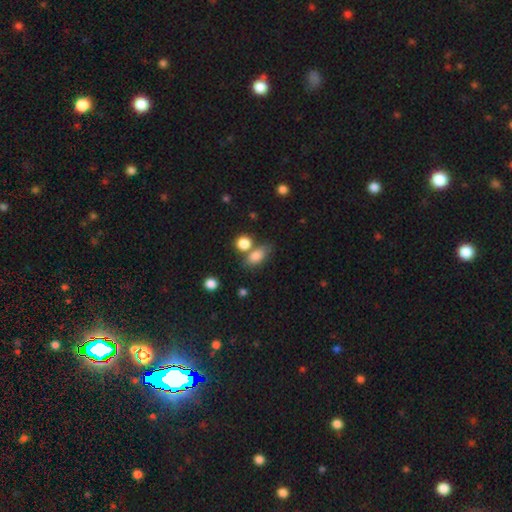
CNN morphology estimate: A smooth galaxy with no disk features (82%) that is in between round and cigar-shaped (79%). Merging: none (51%).